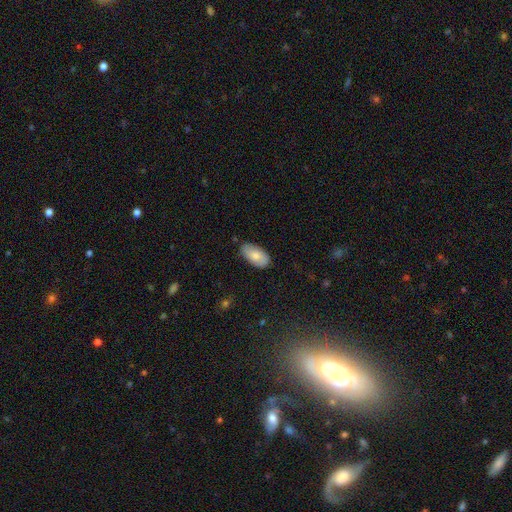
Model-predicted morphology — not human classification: This is likely a smooth galaxy (78%). How rounded: clearly in between (95%). Merging: likely none (79%).